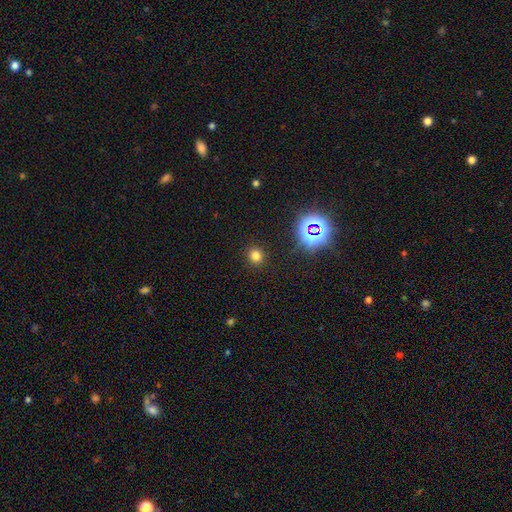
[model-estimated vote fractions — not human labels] Overall: smooth (74%). How rounded: round (87%). Merging: none (91%).